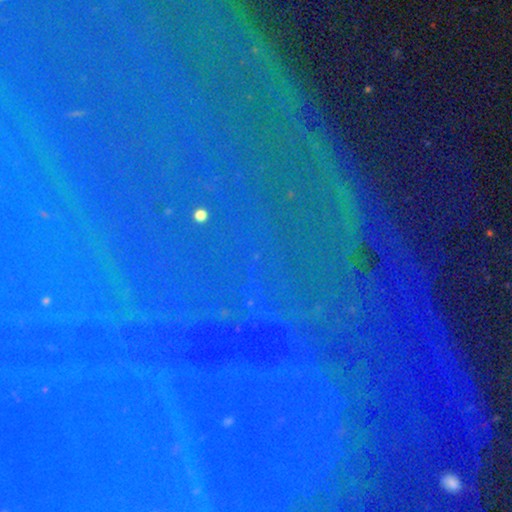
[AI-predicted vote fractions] This is clearly a star or artifact rather than a galaxy (84%).